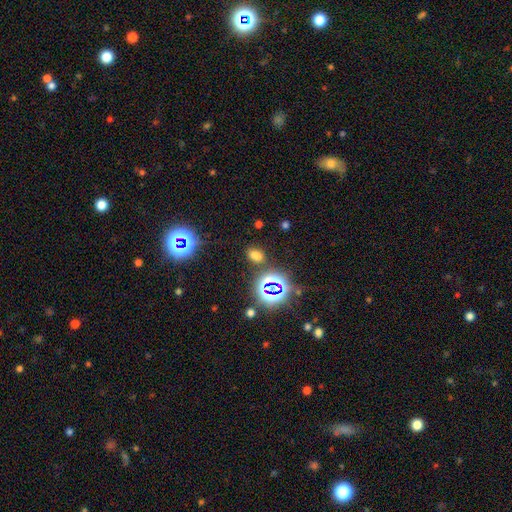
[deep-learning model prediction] This is possibly a smooth galaxy (56%). How rounded: likely in between (72%). Merging: likely none (75%).